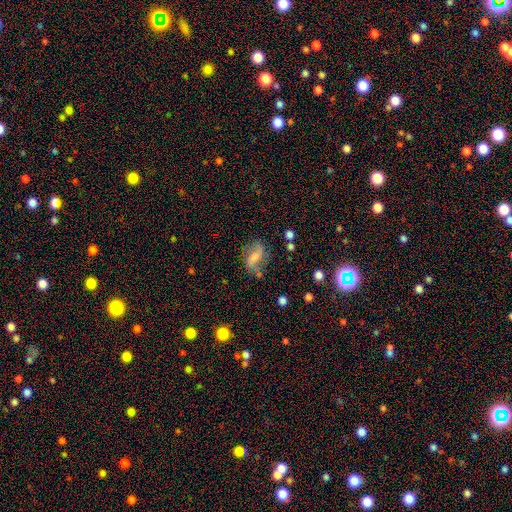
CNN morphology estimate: Smooth or featured?
  - featured or disk: 56% *
  - smooth: 30%
  - star or artifact: 14%
Edge-on disk?
  - no: 93% *
  - yes: 7%
Bar?
  - weak: 41% *
  - no: 36%
  - strong: 23%
Spiral arms?
  - yes: 83% *
  - no: 17%
Bulge size?
  - small: 39% *
  - moderate: 36%
  - none: 17%
  - large: 7%
  - dominant: 2%
Merging?
  - none: 65% *
  - minor disturbance: 21%
  - major disturbance: 10%
  - merger: 4%